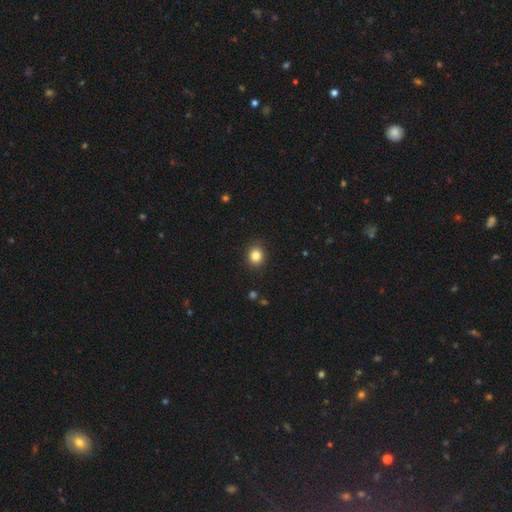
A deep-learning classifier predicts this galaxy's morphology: The model was most divided on "how rounded": round: 77%, in between: 22%, cigar-shaped: 1%. More confident: merging — none (89%); smooth or featured — smooth (84%).